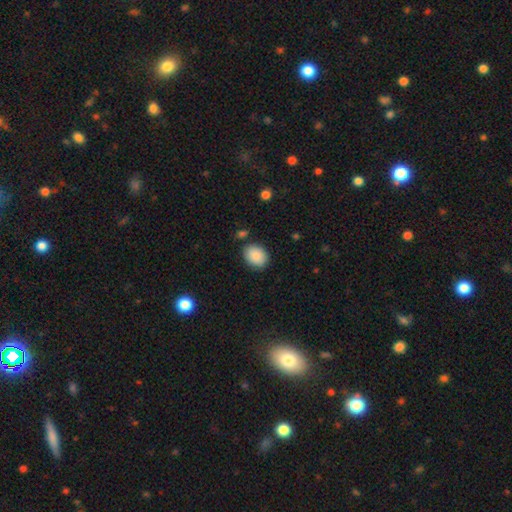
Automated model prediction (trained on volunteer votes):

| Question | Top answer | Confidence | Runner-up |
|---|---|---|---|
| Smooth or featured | smooth | 88% | star or artifact (7%) |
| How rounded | in between | 66% | round (33%) |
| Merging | none | 82% | minor disturbance (12%) |